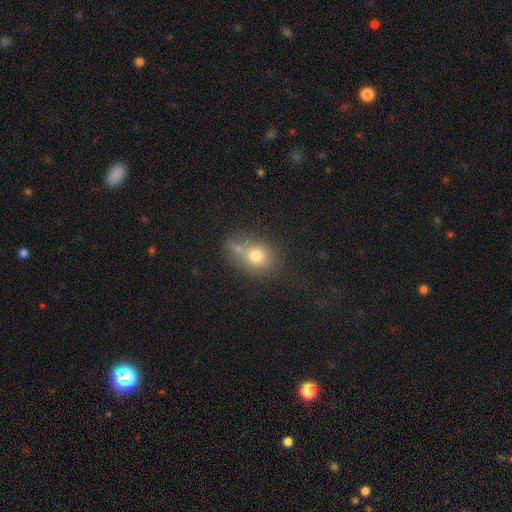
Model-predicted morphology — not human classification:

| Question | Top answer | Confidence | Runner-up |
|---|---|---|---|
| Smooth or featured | smooth | 72% | featured or disk (15%) |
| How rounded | round | 60% | in between (39%) |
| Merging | none | 44% | merger (34%) |